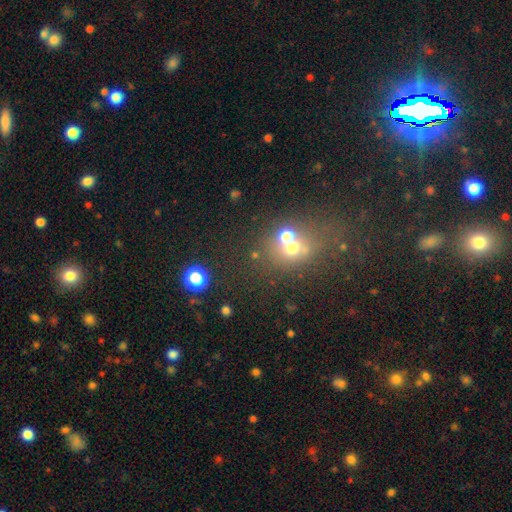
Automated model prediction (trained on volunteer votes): smooth-or-featured: smooth: 51% | star or artifact: 28% | featured or disk: 21%
  how-rounded: round: 68% | in between: 30% | cigar-shaped: 2%
  merging: none: 45% | merger: 38% | minor disturbance: 10% | major disturbance: 7%